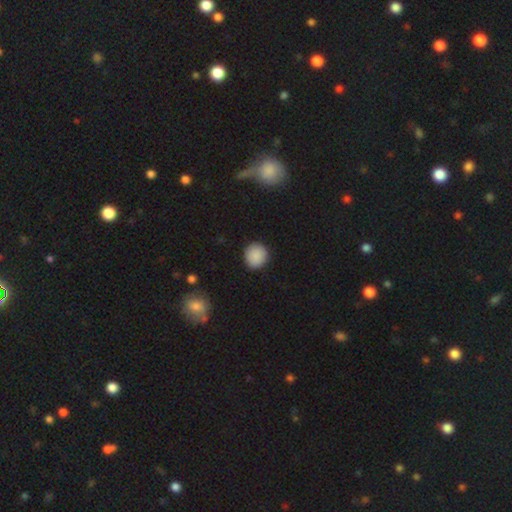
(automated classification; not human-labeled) Smooth or featured?
  - smooth: 87% *
  - star or artifact: 8%
  - featured or disk: 4%
How rounded?
  - round: 88% *
  - in between: 11%
  - cigar-shaped: 1%
Merging?
  - none: 90% *
  - minor disturbance: 7%
  - major disturbance: 2%
  - merger: 1%